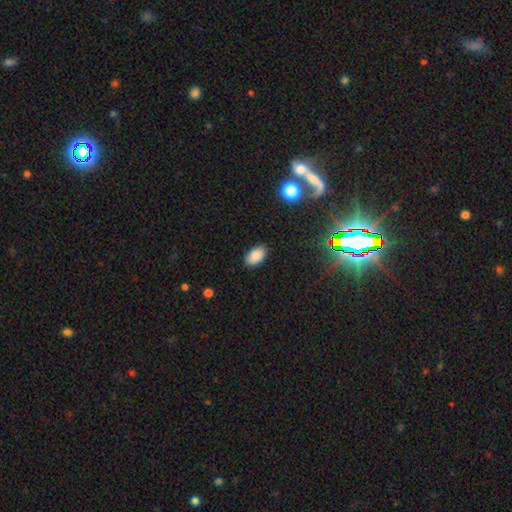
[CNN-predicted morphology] type=smooth (87%); roundness=in between (93%); merging=none (87%).